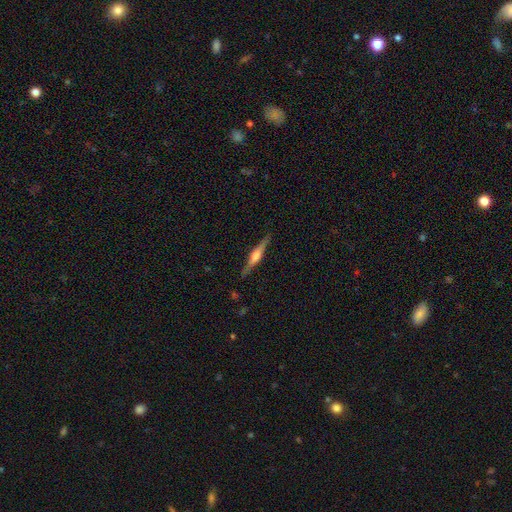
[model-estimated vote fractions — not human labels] A featured or disk galaxy (70%) viewed edge-on (97%) with a rounded central bulge (71%). Merging: none (88%).